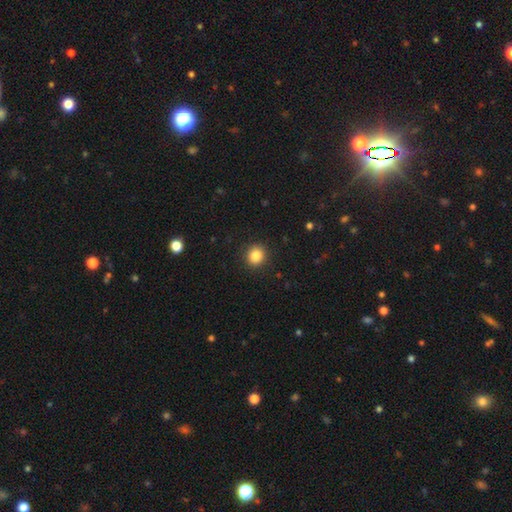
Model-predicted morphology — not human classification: The model was most divided on "smooth or featured": smooth: 84%, star or artifact: 11%, featured or disk: 5%. More confident: merging — none (91%); how rounded — round (89%).